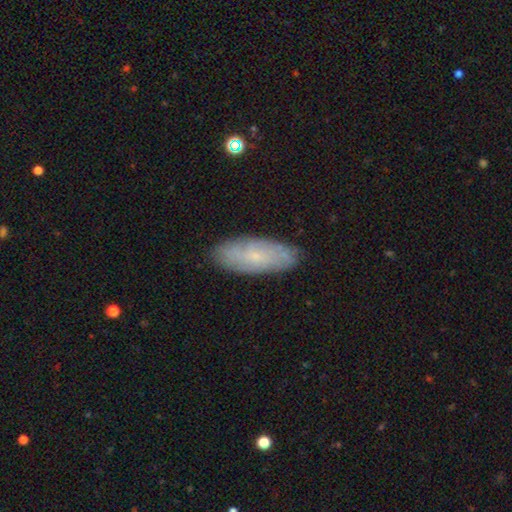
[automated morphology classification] smooth 47%, featured or disk 45%, star or artifact 8%. Down the decision tree: merging — none (84%).